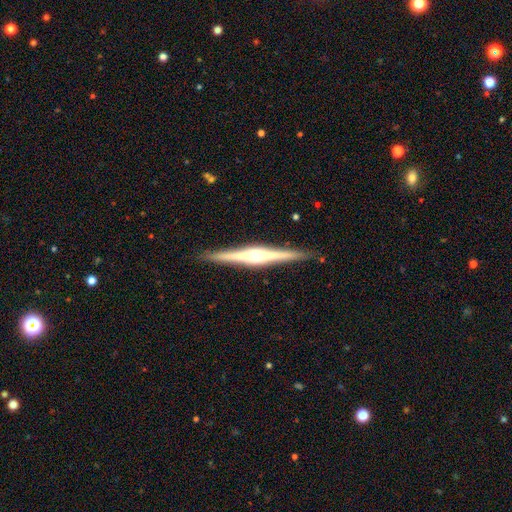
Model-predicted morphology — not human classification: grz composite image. It shows a featured or disk galaxy (84%) viewed edge-on (99%) with a rounded central bulge (85%). Merging: none (91%).